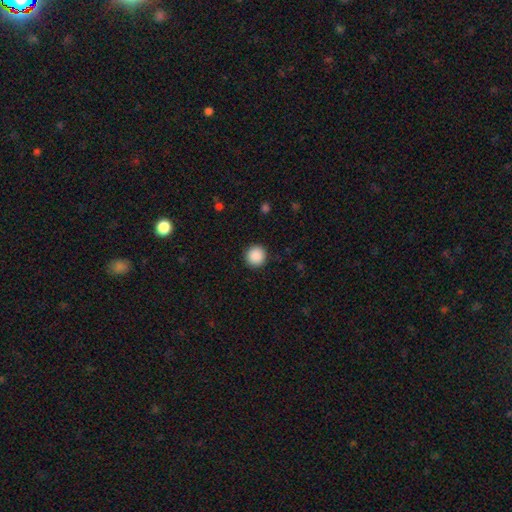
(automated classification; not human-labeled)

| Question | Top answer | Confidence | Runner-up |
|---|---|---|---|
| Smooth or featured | smooth | 89% | star or artifact (8%) |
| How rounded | round | 94% | in between (5%) |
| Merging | none | 92% | minor disturbance (5%) |